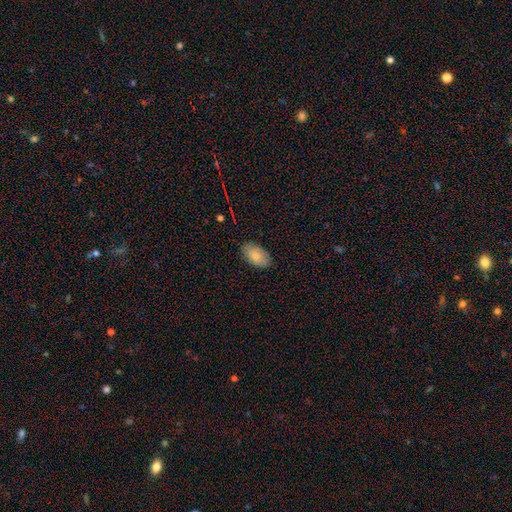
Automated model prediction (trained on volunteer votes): Smooth or featured? smooth (79%)
How rounded? in between (93%)
Merging? none (83%)